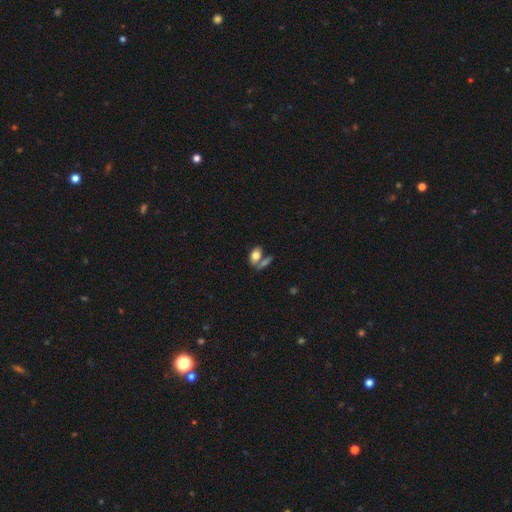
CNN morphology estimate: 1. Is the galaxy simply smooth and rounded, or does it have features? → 77% smooth, 15% featured or disk, 8% star or artifact.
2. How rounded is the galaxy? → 88% in between, 9% round, 3% cigar-shaped.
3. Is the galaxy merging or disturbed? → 44% none, 38% merger, 13% minor disturbance, 6% major disturbance.